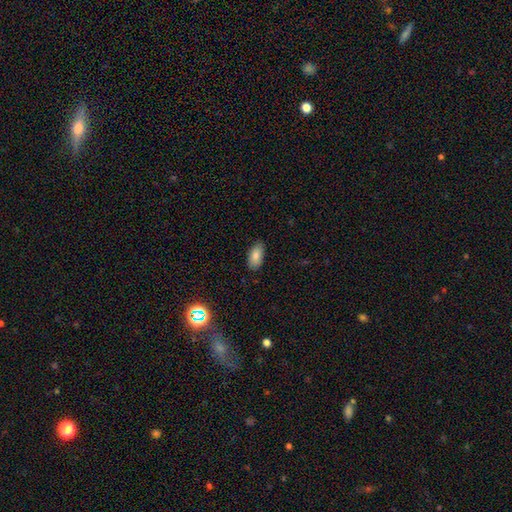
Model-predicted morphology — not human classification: Smooth or featured? Predicted: smooth (p=0.83). How rounded? Predicted: in between (p=0.91). Merging? Predicted: none (p=0.84).